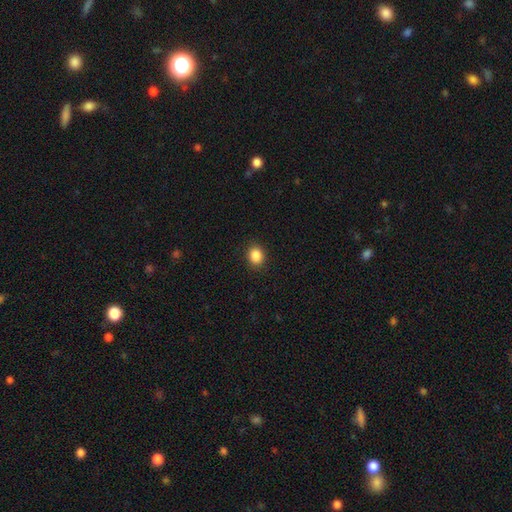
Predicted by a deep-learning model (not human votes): This is clearly a smooth galaxy (87%). How rounded: possibly round (57%). Merging: clearly none (90%).